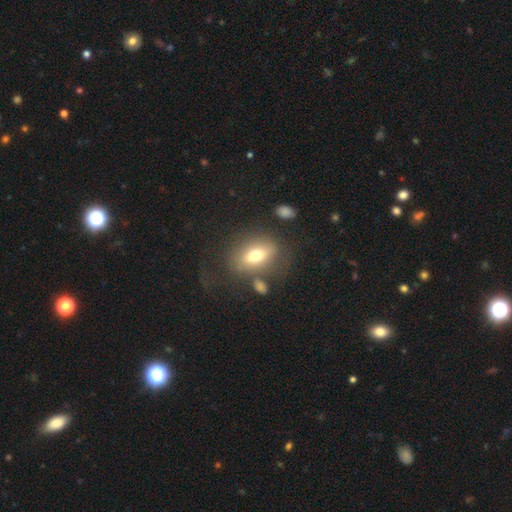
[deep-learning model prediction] Smooth or featured? smooth (69%)
How rounded? in between (78%)
Merging? none (61%)